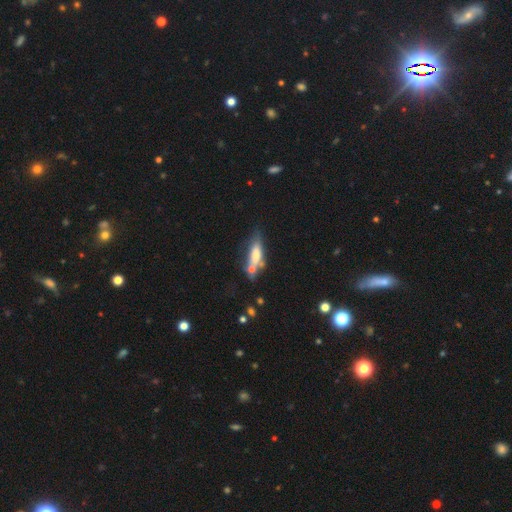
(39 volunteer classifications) Volunteers were most divided on "smooth or featured": smooth: 49%, featured or disk: 44%, star or artifact: 8%. More confident: how rounded — cigar-shaped (74%); merging — none (50%).